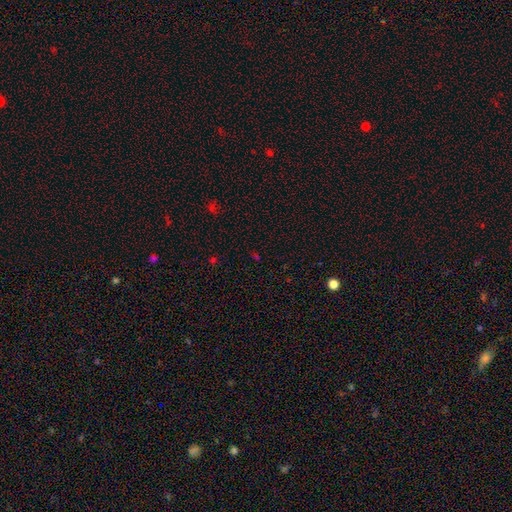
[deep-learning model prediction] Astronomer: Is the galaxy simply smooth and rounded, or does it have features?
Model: star or artifact — 59%.